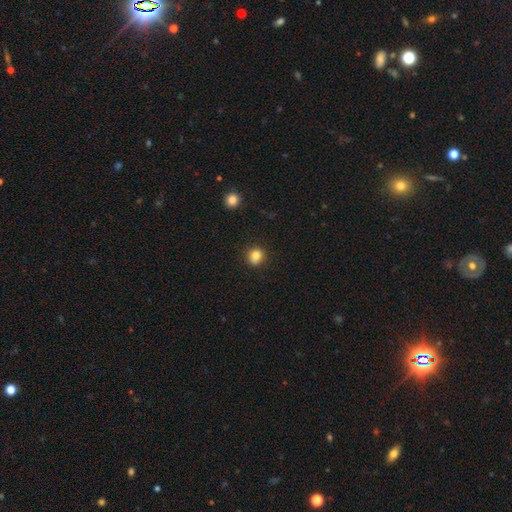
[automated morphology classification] Overall: smooth (81%). How rounded: round (86%). Merging: none (82%).